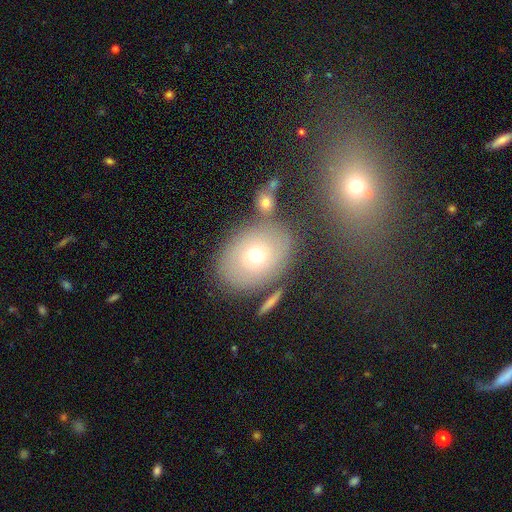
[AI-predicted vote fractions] Smooth or featured?
  - smooth: 64% *
  - featured or disk: 24%
  - star or artifact: 11%
How rounded?
  - in between: 56% *
  - round: 43%
  - cigar-shaped: 1%
Merging?
  - none: 69% *
  - minor disturbance: 13%
  - merger: 11%
  - major disturbance: 6%